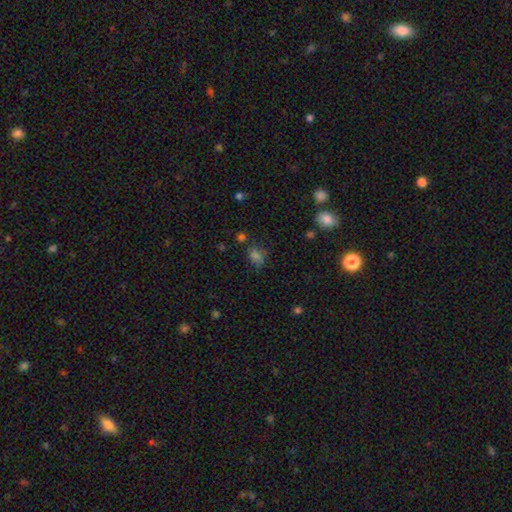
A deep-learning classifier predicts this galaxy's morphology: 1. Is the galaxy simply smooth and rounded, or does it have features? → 65% smooth, 27% star or artifact, 9% featured or disk.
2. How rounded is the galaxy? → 65% in between, 33% round, 2% cigar-shaped.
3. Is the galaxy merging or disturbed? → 61% none, 22% minor disturbance, 9% major disturbance, 8% merger.